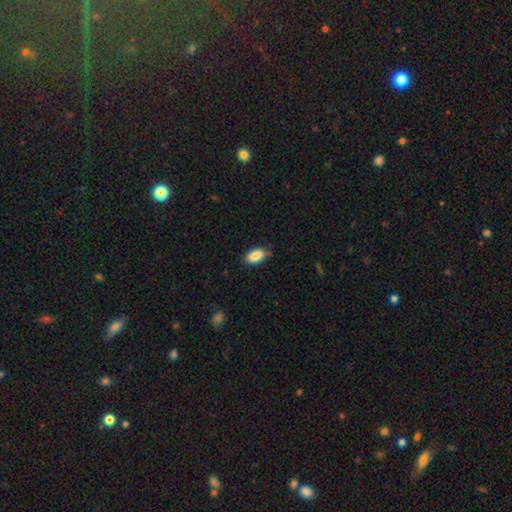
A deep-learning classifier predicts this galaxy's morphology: smooth-or-featured: smooth: 88% | star or artifact: 7% | featured or disk: 5%
  how-rounded: in between: 92% | cigar-shaped: 4% | round: 4%
  merging: none: 77% | minor disturbance: 18% | major disturbance: 3% | merger: 1%